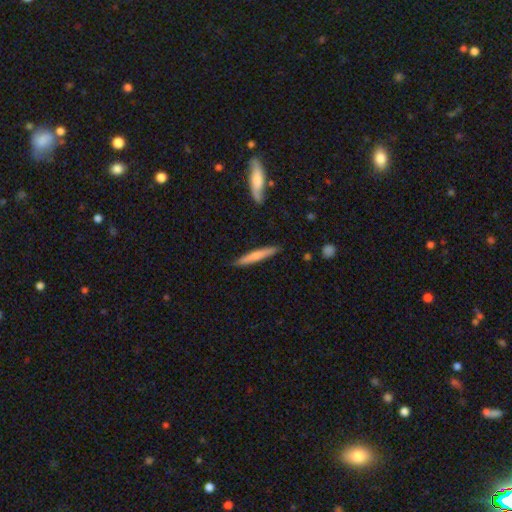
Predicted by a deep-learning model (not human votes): This appears to be a smooth galaxy with no disk features (63%) that is cigar-shaped (94%). Merging: none (87%).